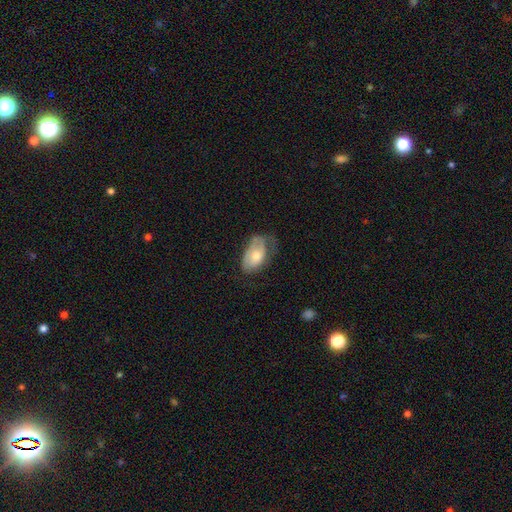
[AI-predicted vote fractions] This is likely a smooth galaxy (62%). How rounded: clearly in between (92%). Merging: marginally minor disturbance (37%).